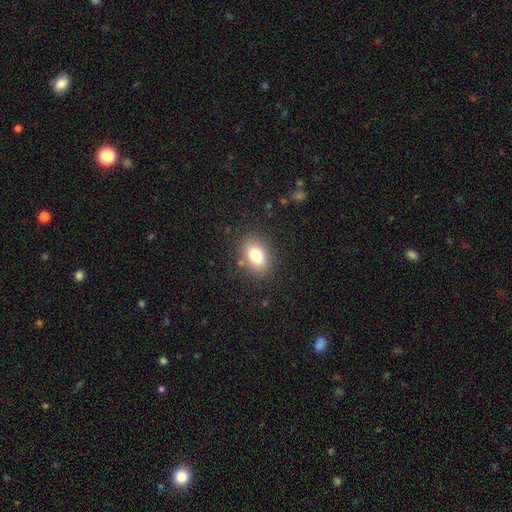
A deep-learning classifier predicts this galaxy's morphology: Smooth or featured: smooth — 80% (featured or disk — 10%)
How rounded: in between — 80% (round — 19%)
Merging: none — 84% (minor disturbance — 10%)